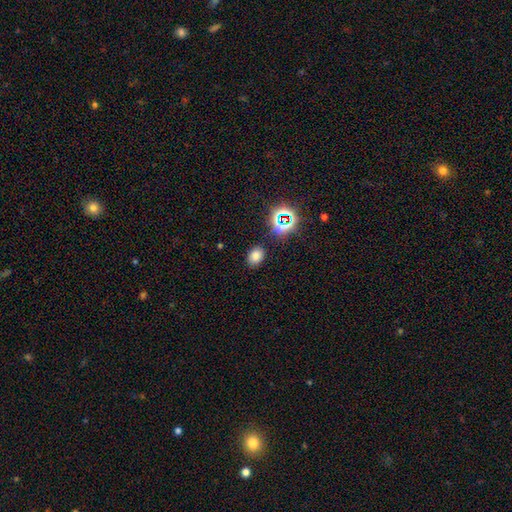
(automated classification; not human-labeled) smooth 75%, star or artifact 19%, featured or disk 6%. Down the decision tree: how rounded — in between (67%); merging — none (85%).